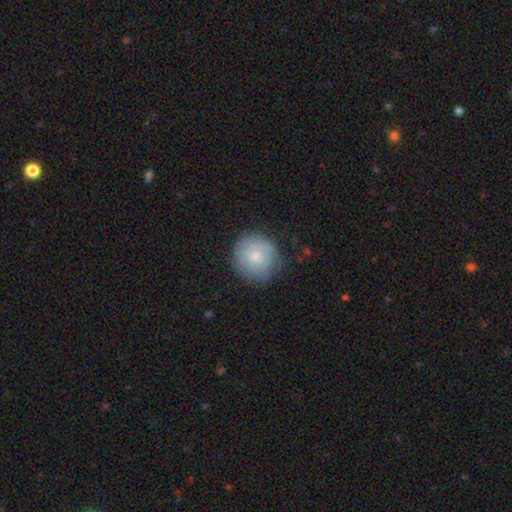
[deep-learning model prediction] This appears to be a smooth galaxy with no disk features (64%) that is round (91%). Merging: none (71%).